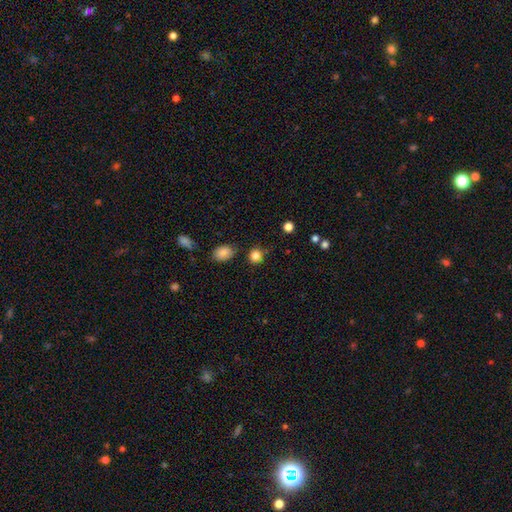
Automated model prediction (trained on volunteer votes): smooth_or_featured: smooth (p=0.84) [alt: star or artifact p=0.12]
how_rounded: round (p=0.87) [alt: in between p=0.12]
merging: none (p=0.81) [alt: minor disturbance p=0.12]